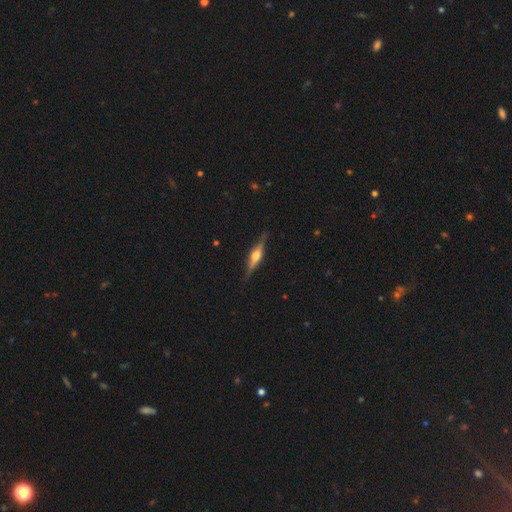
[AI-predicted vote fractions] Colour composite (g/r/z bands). It shows a featured or disk galaxy (75%) viewed edge-on (97%) with a rounded central bulge (91%). Merging: none (87%).